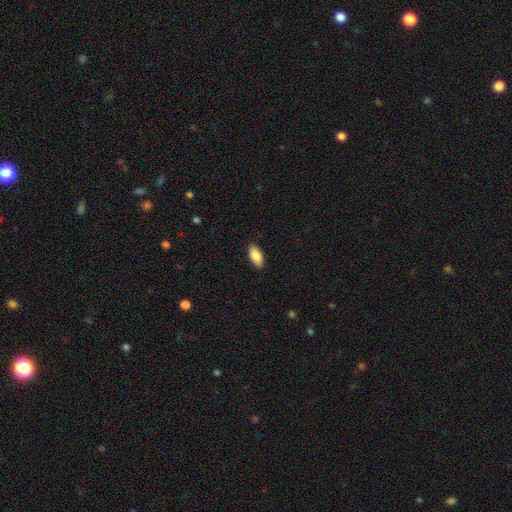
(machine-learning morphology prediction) type=smooth (87%); roundness=in between (89%); merging=none (88%).